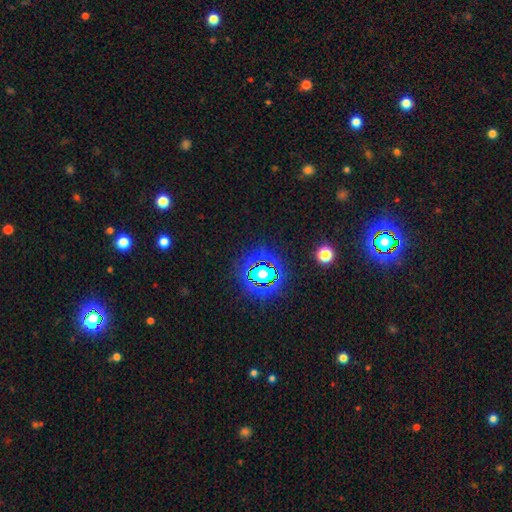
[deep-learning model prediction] This appears to be a star or artifact, not a galaxy (79%).